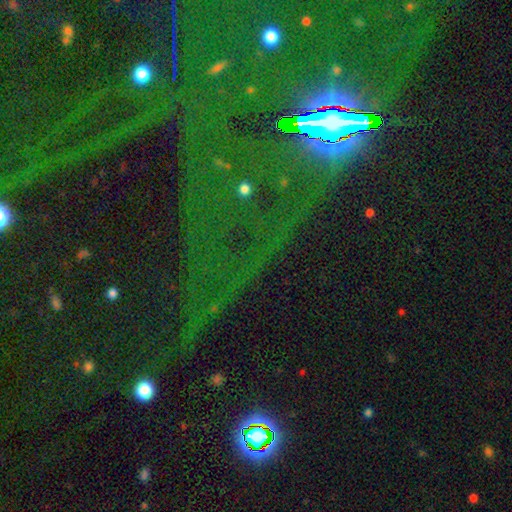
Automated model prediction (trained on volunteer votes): smooth_or_featured: star or artifact (p=0.83) [alt: featured or disk p=0.08]